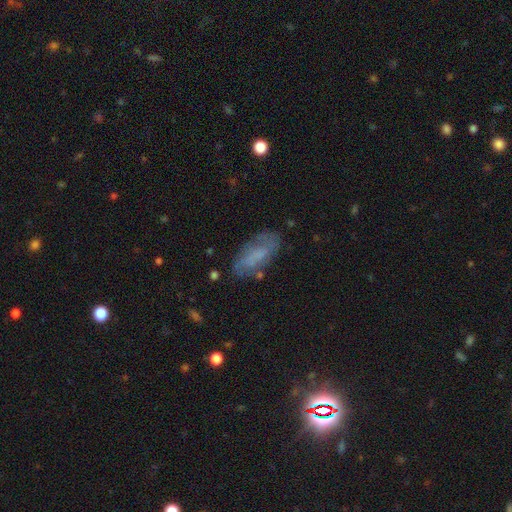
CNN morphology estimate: This is possibly a smooth galaxy (48%). Merging: likely none (70%).